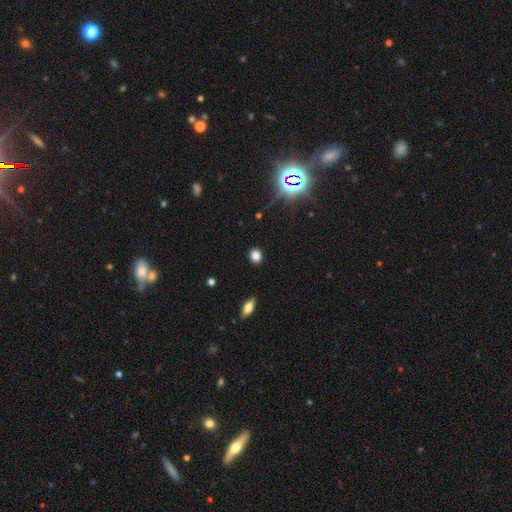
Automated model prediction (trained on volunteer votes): smooth_or_featured: smooth (p=0.81) [alt: star or artifact p=0.14]
how_rounded: round (p=0.70) [alt: in between p=0.28]
merging: none (p=0.90) [alt: minor disturbance p=0.06]